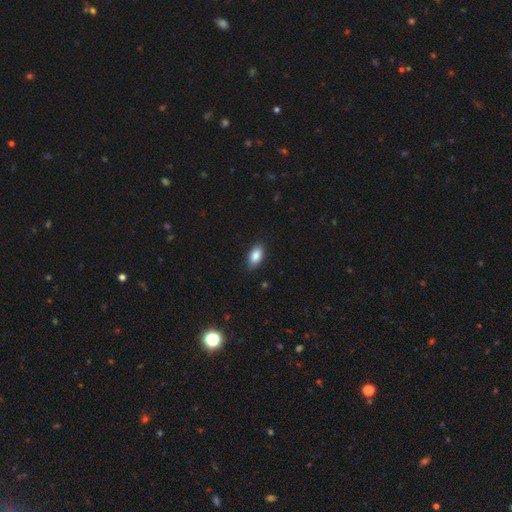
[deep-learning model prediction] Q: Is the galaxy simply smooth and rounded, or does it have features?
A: smooth — 87%.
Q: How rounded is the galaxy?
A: in between — 92%.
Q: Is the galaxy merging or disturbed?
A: none — 86%.